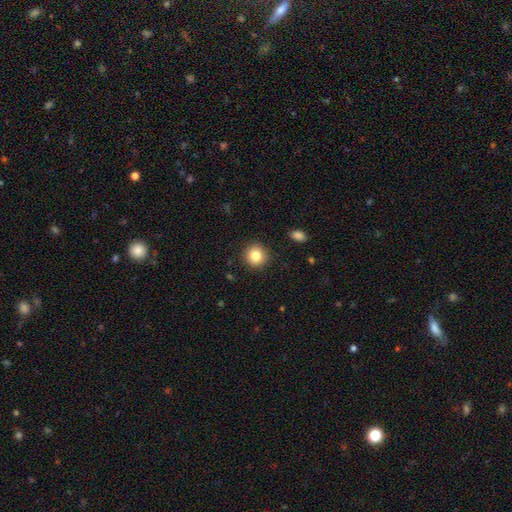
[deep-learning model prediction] Smooth or featured? Predicted: smooth (p=0.83). How rounded? Predicted: round (p=0.92). Merging? Predicted: none (p=0.90).